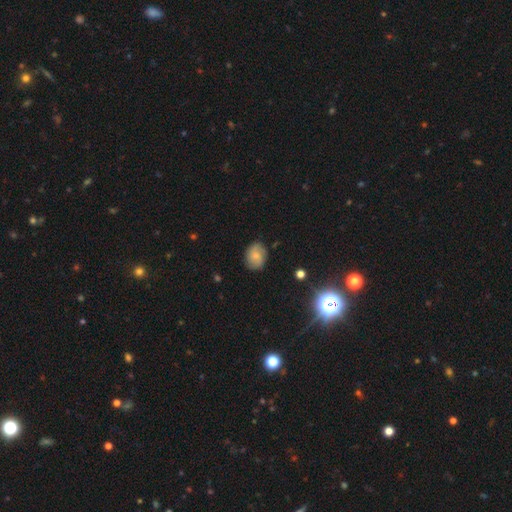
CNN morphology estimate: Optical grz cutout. It shows a smooth galaxy with no disk features (68%) that is in between round and cigar-shaped (49%, tied with round). Merging: none (80%).